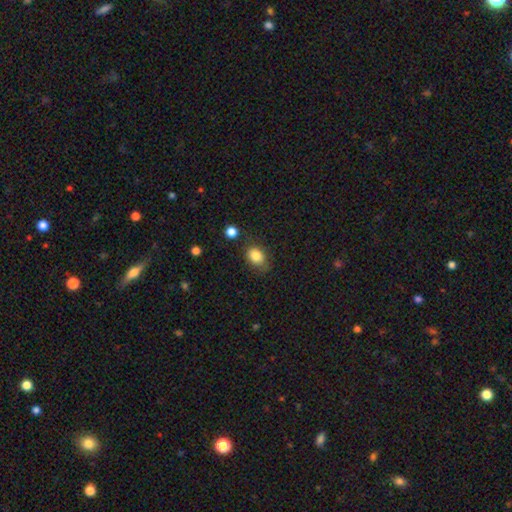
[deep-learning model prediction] smooth_or_featured: smooth (p=0.84) [alt: star or artifact p=0.10]
how_rounded: in between (p=0.69) [alt: round p=0.30]
merging: none (p=0.72) [alt: minor disturbance p=0.19]